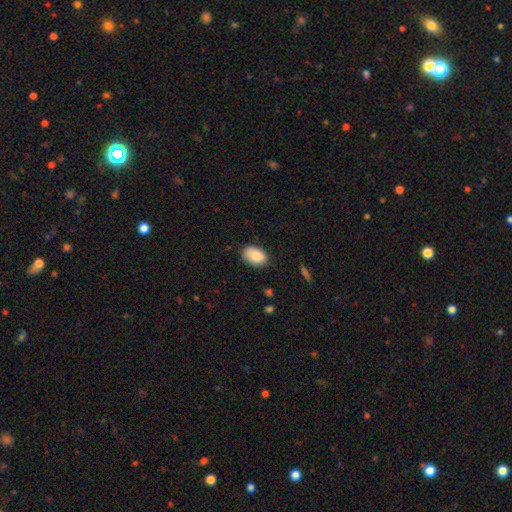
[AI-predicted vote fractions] Smooth or featured? smooth (88%)
How rounded? in between (89%)
Merging? none (80%)